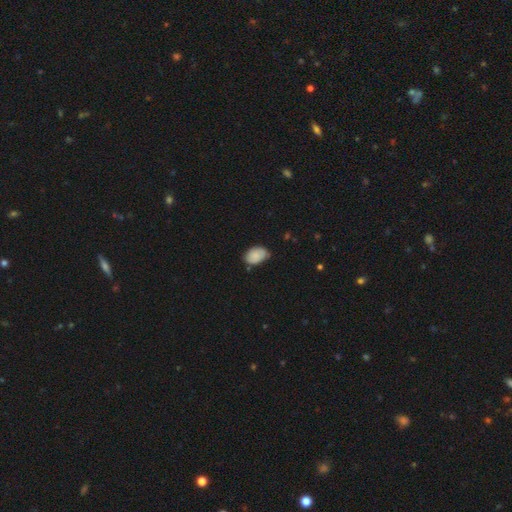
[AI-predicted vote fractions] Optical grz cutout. It shows a smooth galaxy with no disk features (86%) that is in between round and cigar-shaped (87%). Merging: none (64%).